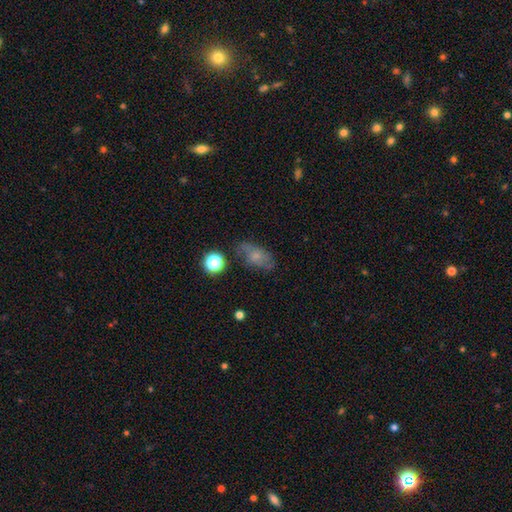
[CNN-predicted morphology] Q: Smooth or featured?
A: smooth (58%); runner-up: featured or disk (30%)
Q: How rounded?
A: in between (83%); runner-up: round (12%)
Q: Merging?
A: none (62%); runner-up: minor disturbance (24%)